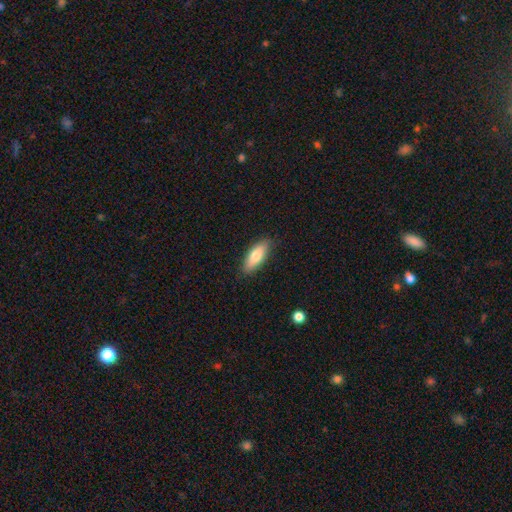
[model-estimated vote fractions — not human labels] Smooth or featured?
  - smooth: 76% *
  - featured or disk: 18%
  - star or artifact: 6%
How rounded?
  - in between: 65% *
  - cigar-shaped: 33%
  - round: 2%
Merging?
  - none: 86% *
  - minor disturbance: 11%
  - major disturbance: 2%
  - merger: 1%